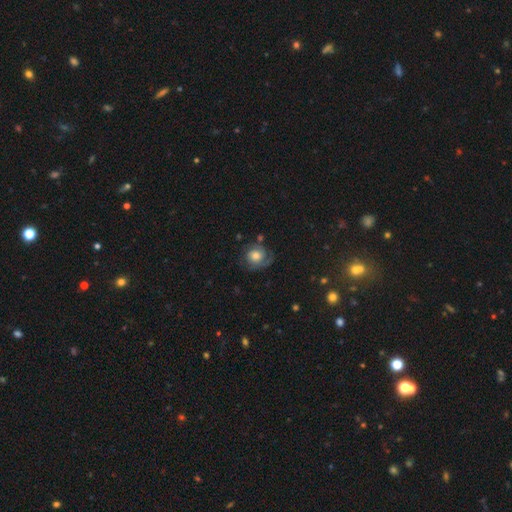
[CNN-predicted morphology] Smooth or featured: featured or disk — 53% (smooth — 38%)
Edge-on disk: no — 97% (yes — 3%)
Bar: no — 79% (weak — 18%)
Spiral arms: yes — 86% (no — 14%)
Bulge size: moderate — 50% (large — 30%)
Merging: none — 64% (minor disturbance — 20%)